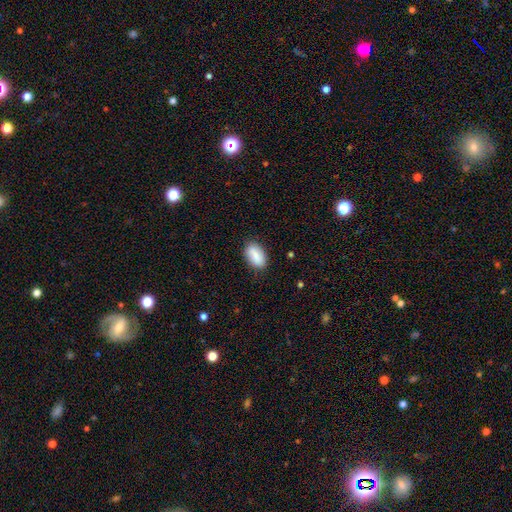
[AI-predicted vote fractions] Smooth or featured?
  - smooth: 81% *
  - featured or disk: 12%
  - star or artifact: 7%
How rounded?
  - in between: 92% *
  - round: 5%
  - cigar-shaped: 3%
Merging?
  - none: 84% *
  - minor disturbance: 12%
  - major disturbance: 3%
  - merger: 1%